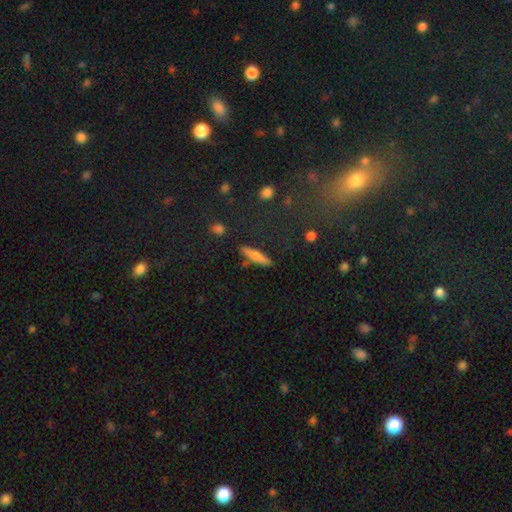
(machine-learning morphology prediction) Smooth or featured?
  - smooth: 63% *
  - featured or disk: 30%
  - star or artifact: 8%
How rounded?
  - cigar-shaped: 83% *
  - in between: 15%
  - round: 3%
Merging?
  - none: 82% *
  - minor disturbance: 11%
  - merger: 4%
  - major disturbance: 3%